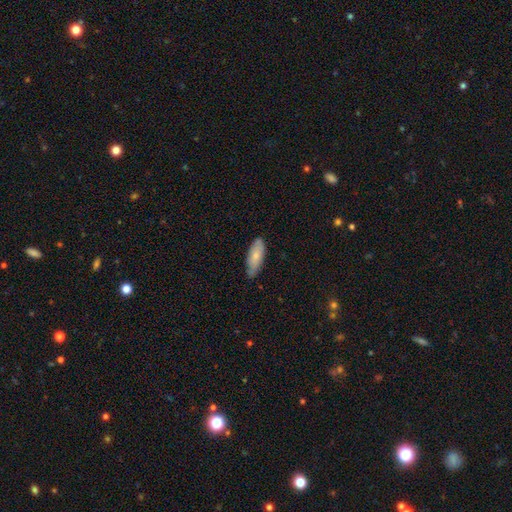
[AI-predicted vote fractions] Smooth or featured? smooth (77%)
How rounded? in between (73%)
Merging? none (76%)